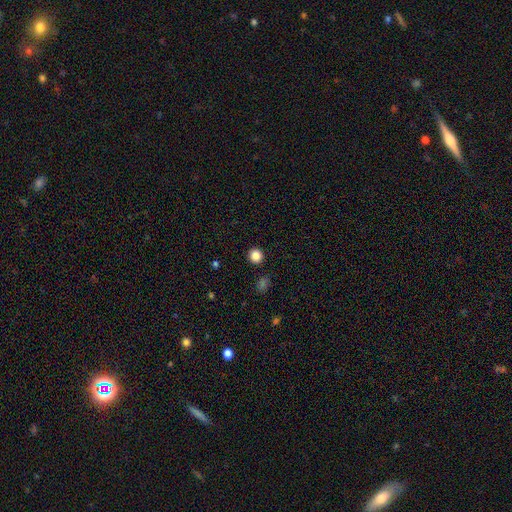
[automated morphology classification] Overall: smooth (85%). How rounded: round (93%). Merging: none (92%).